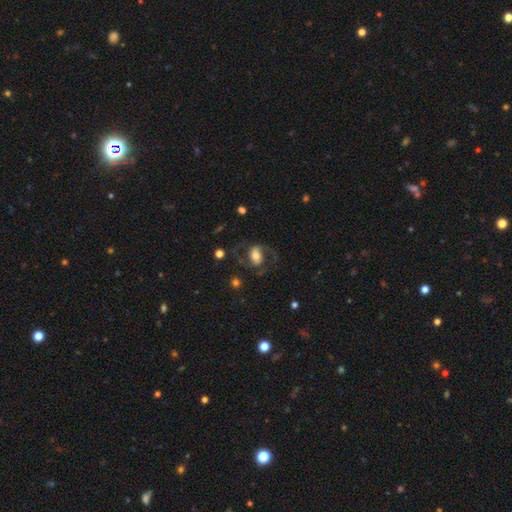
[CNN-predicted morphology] Smooth or featured? Predicted: featured or disk (p=0.71). Edge-on disk? Predicted: no (p=0.97). Bar? Predicted: weak (p=0.39). Spiral arms? Predicted: yes (p=0.90). Spiral winding? Predicted: medium (p=0.53). Spiral arm count? Predicted: 2 (p=0.89). Bulge size? Predicted: moderate (p=0.53). Merging? Predicted: none (p=0.65).